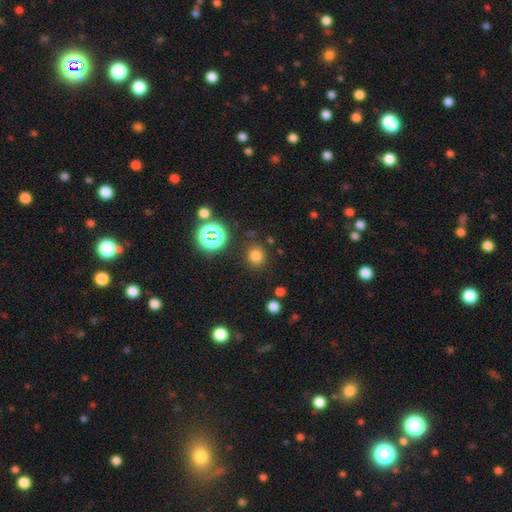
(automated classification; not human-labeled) This appears to be a smooth galaxy with no disk features (74%) that is round (85%). Merging: none (84%).